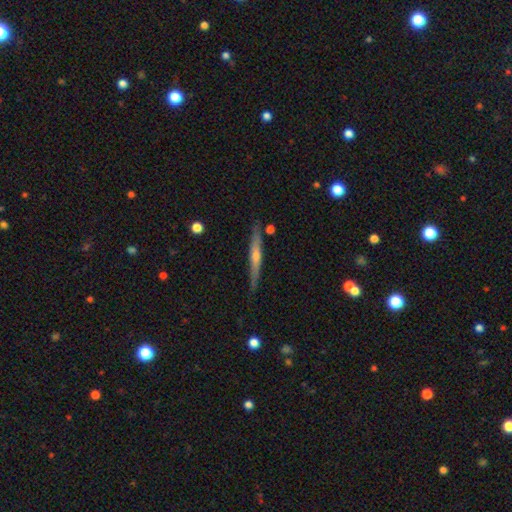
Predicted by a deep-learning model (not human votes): The model was most divided on "edge-on bulge": rounded: 69%, none: 24%, boxy: 7%. More confident: edge-on disk — yes (97%); merging — none (86%); smooth or featured — featured or disk (71%).